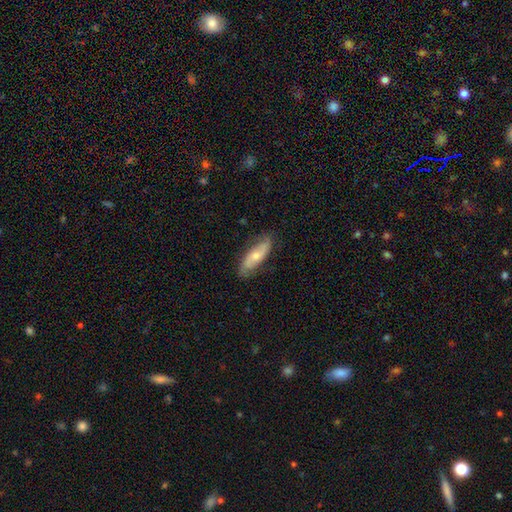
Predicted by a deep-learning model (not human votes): This is possibly a featured or disk galaxy (56%). It is clearly not viewed edge-on (81%). Merging: likely none (80%).